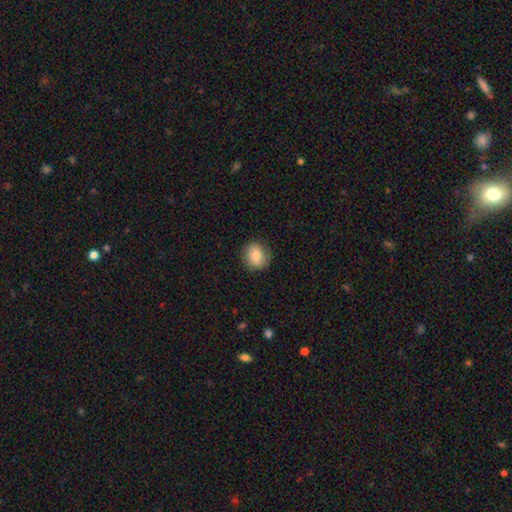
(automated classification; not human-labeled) smooth_or_featured: smooth (p=0.81) [alt: featured or disk p=0.11]
how_rounded: round (p=0.77) [alt: in between p=0.22]
merging: none (p=0.86) [alt: minor disturbance p=0.11]